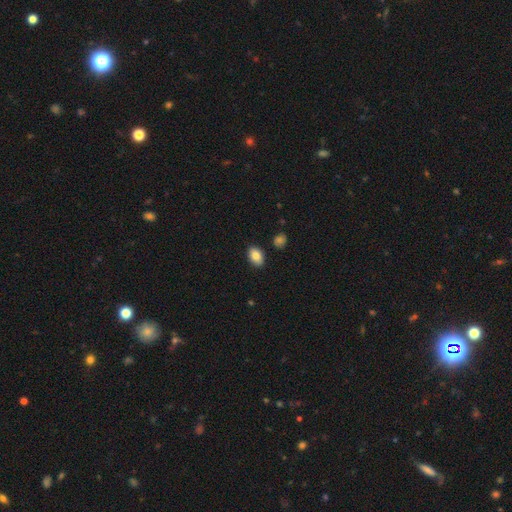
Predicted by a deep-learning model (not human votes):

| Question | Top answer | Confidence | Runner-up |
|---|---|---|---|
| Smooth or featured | smooth | 84% | featured or disk (8%) |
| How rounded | in between | 87% | round (12%) |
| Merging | none | 87% | minor disturbance (9%) |